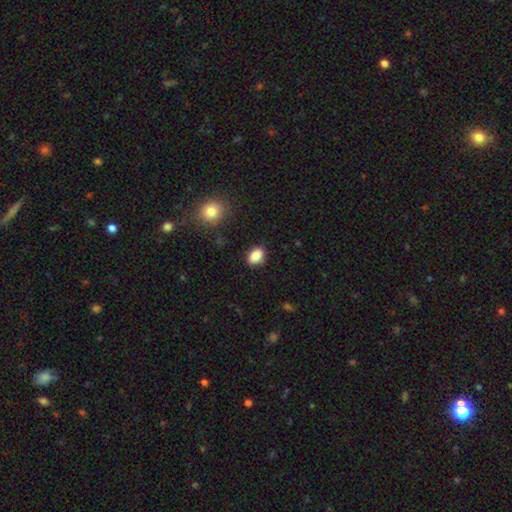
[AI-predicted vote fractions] A smooth galaxy with no disk features (87%) that is in between round and cigar-shaped (86%).

Vote fractions:
- Smooth or featured? smooth: 87% / star or artifact: 8% / featured or disk: 4%
- How rounded? in between: 86% / round: 12% / cigar-shaped: 2%
- Merging? none: 85% / minor disturbance: 11% / major disturbance: 3% / merger: 1%